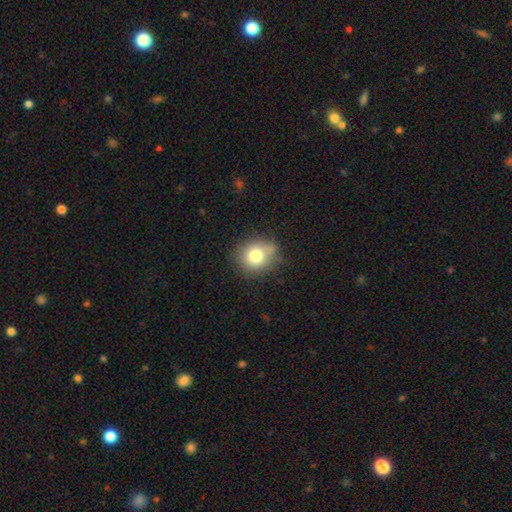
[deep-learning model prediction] smooth 76%, star or artifact 12%, featured or disk 12%. Down the decision tree: how rounded — round (76%); merging — none (74%).